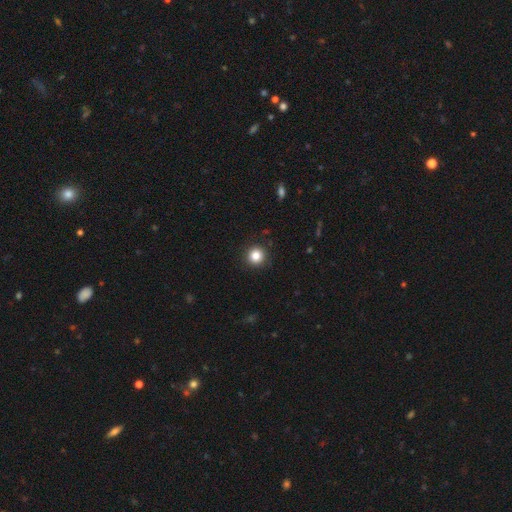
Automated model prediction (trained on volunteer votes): smooth-or-featured: smooth: 83% | star or artifact: 12% | featured or disk: 5%
  how-rounded: round: 95% | in between: 4% | cigar-shaped: 1%
  merging: none: 92% | minor disturbance: 5% | major disturbance: 2% | merger: 1%